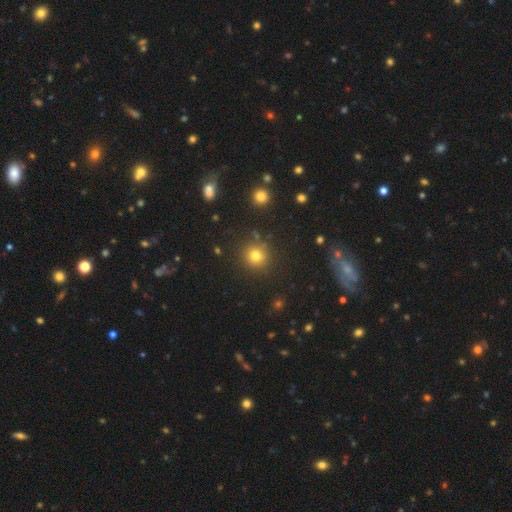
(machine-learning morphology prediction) smooth 78%, star or artifact 16%, featured or disk 6%. Down the decision tree: how rounded — round (92%); merging — none (86%).